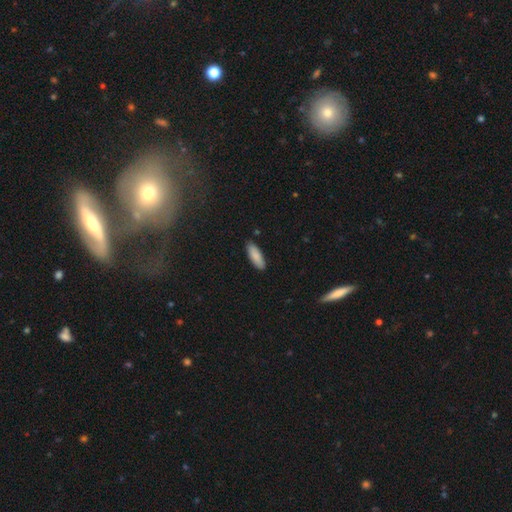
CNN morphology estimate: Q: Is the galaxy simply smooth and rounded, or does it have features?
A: smooth — 87%.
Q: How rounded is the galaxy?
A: in between — 61%.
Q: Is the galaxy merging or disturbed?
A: none — 86%.